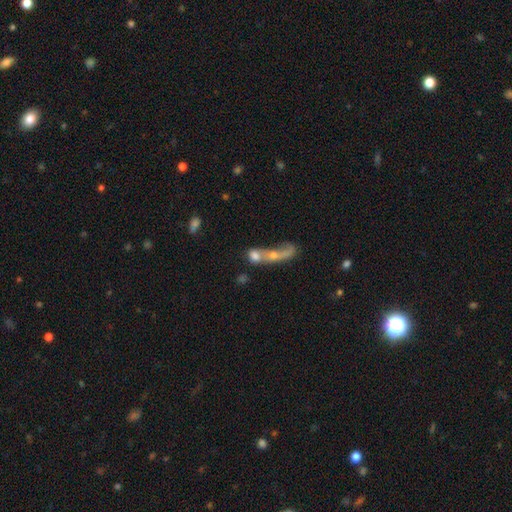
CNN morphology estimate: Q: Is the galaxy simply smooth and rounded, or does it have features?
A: smooth — 58%.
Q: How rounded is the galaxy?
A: in between — 43%.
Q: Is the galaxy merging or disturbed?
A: merger — 69%.